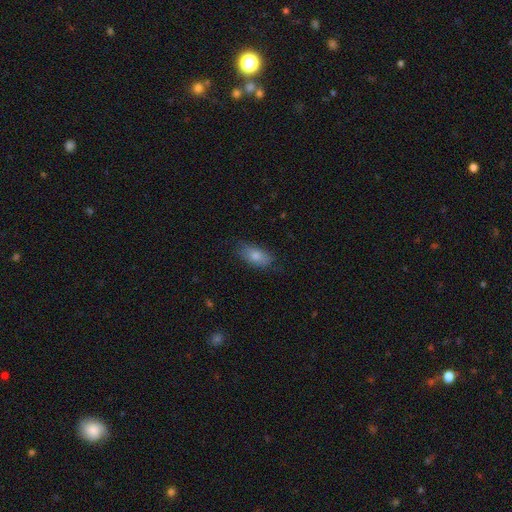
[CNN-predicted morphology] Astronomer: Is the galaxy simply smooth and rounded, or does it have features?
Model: smooth — 73%.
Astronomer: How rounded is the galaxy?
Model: in between — 86%.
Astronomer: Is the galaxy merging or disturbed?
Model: none — 78%.